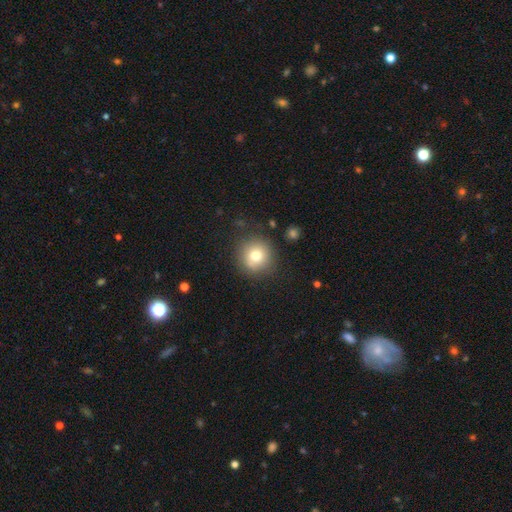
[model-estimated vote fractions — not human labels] smooth 76%, featured or disk 13%, star or artifact 12%. Down the decision tree: how rounded — round (94%); merging — none (85%).